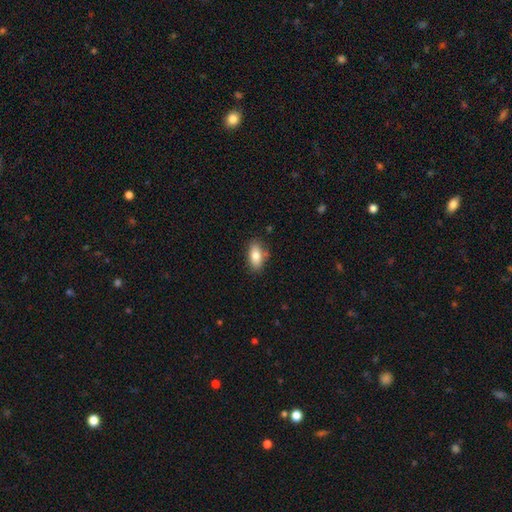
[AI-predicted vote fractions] smooth 81%, featured or disk 11%, star or artifact 8%. Down the decision tree: how rounded — in between (88%); merging — none (80%).